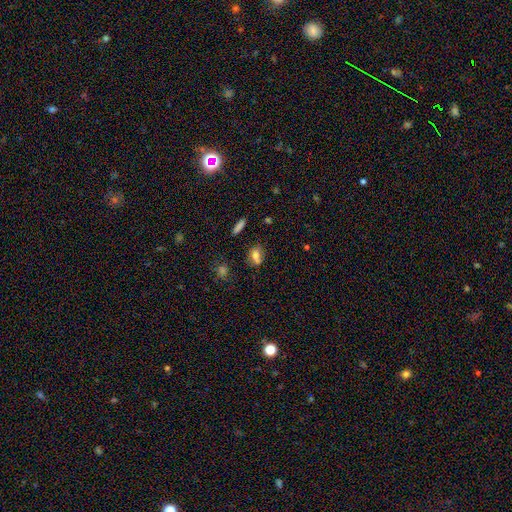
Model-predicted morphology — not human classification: A smooth galaxy with no disk features (68%) that is in between round and cigar-shaped (67%). Merging: none (69%).